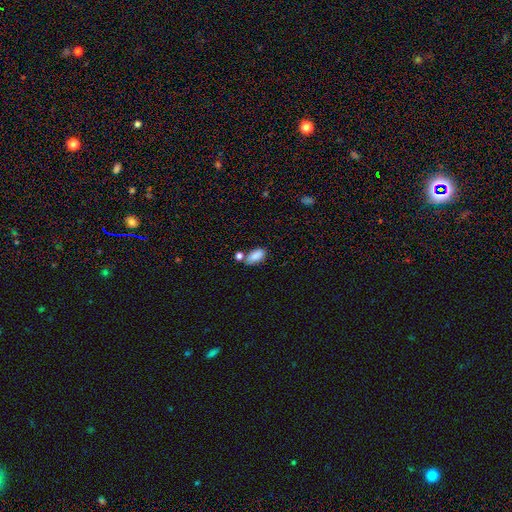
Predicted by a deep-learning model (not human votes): Q: Smooth or featured?
A: smooth (85%); runner-up: star or artifact (8%)
Q: How rounded?
A: in between (92%); runner-up: cigar-shaped (4%)
Q: Merging?
A: none (53%); runner-up: merger (23%)